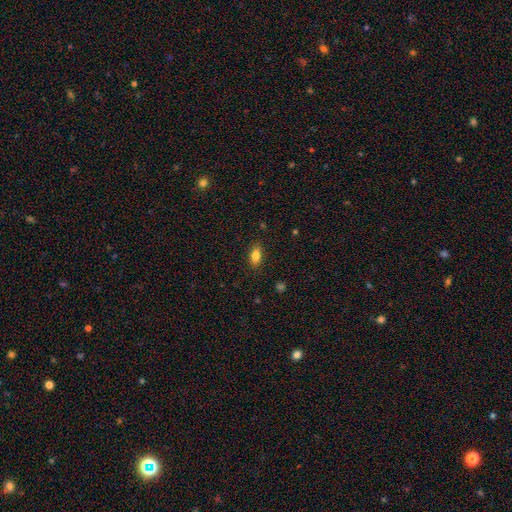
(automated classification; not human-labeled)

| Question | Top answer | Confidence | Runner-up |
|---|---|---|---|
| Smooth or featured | smooth | 81% | featured or disk (10%) |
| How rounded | in between | 85% | cigar-shaped (9%) |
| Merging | none | 87% | minor disturbance (10%) |